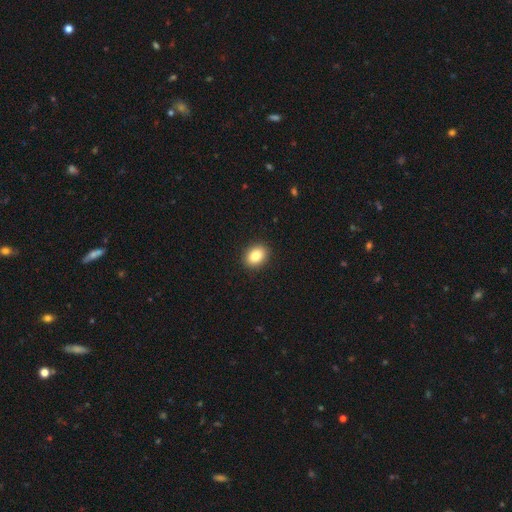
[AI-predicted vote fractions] A smooth galaxy with no disk features (85%) that is in between round and cigar-shaped (60%). Merging: none (91%).